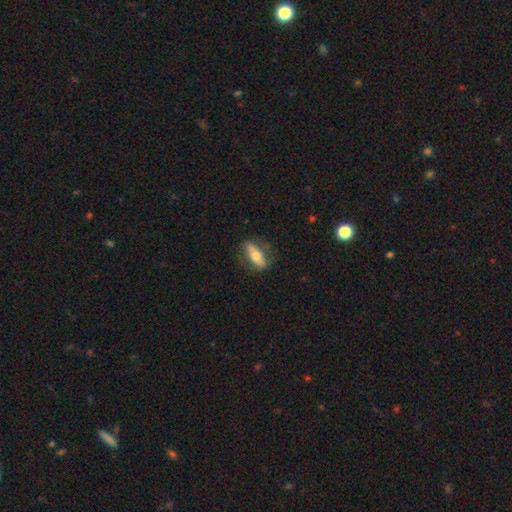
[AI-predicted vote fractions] smooth_or_featured: smooth (p=0.52) [alt: featured or disk p=0.42]
how_rounded: in between (p=0.60) [alt: cigar-shaped p=0.36]
merging: none (p=0.75) [alt: minor disturbance p=0.18]